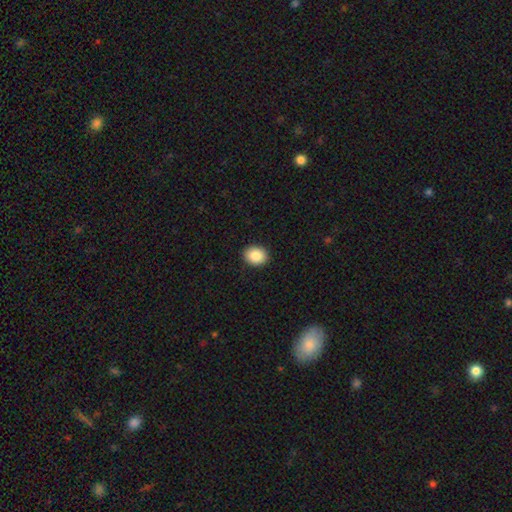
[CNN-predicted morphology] Smooth or featured?
  - smooth: 87% *
  - star or artifact: 8%
  - featured or disk: 5%
How rounded?
  - round: 55% *
  - in between: 44%
  - cigar-shaped: 1%
Merging?
  - none: 91% *
  - minor disturbance: 6%
  - major disturbance: 2%
  - merger: 1%